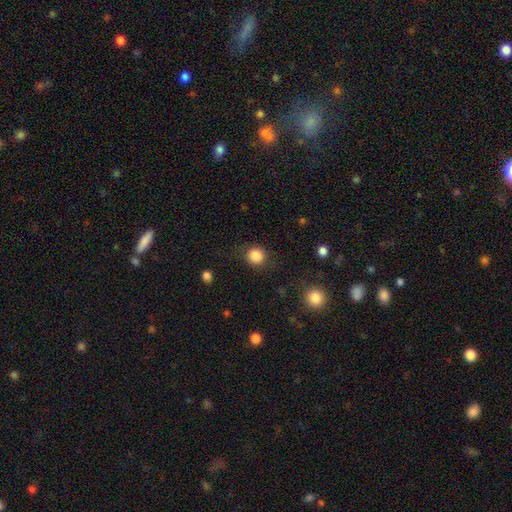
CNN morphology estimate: smooth 86%, star or artifact 10%, featured or disk 4%. Down the decision tree: how rounded — round (88%); merging — none (85%).